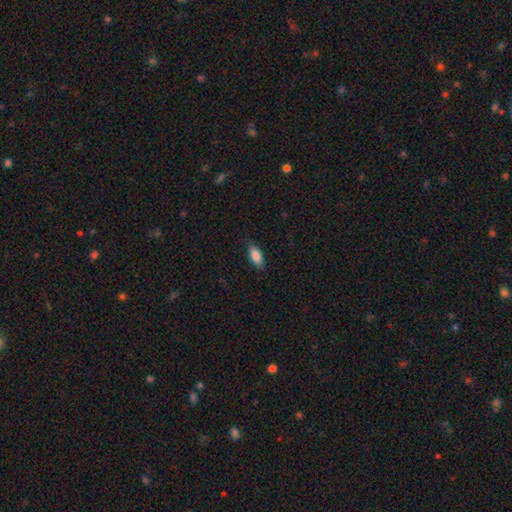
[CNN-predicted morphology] Overall: smooth (85%). How rounded: in between (88%). Merging: none (81%).